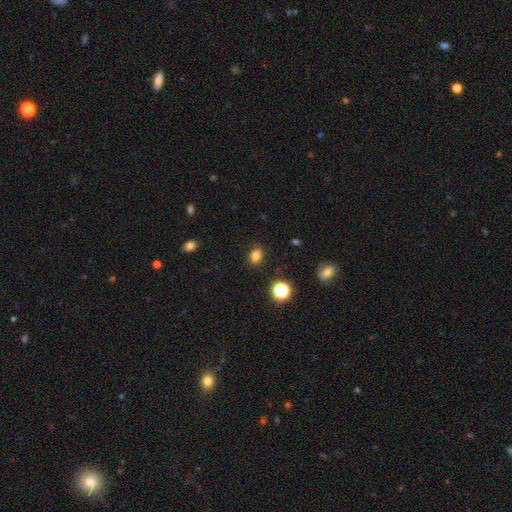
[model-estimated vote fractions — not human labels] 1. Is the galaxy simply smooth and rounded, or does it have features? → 81% smooth, 14% star or artifact, 5% featured or disk.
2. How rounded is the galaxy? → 67% in between, 32% round, 1% cigar-shaped.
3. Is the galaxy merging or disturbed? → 87% none, 9% minor disturbance, 3% major disturbance, 1% merger.